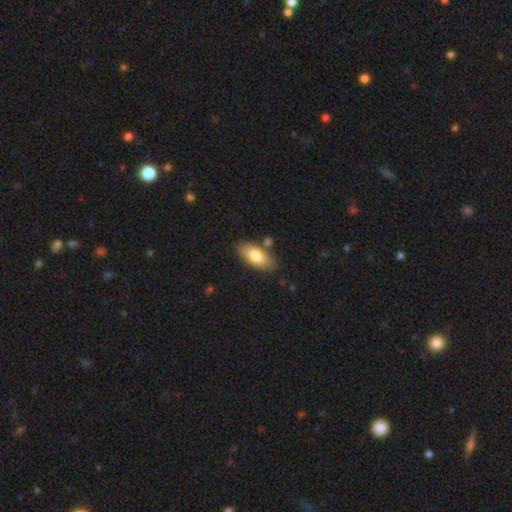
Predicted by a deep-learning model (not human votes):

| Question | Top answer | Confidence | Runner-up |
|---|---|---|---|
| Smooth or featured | smooth | 78% | featured or disk (16%) |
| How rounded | in between | 89% | cigar-shaped (8%) |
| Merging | none | 79% | minor disturbance (13%) |